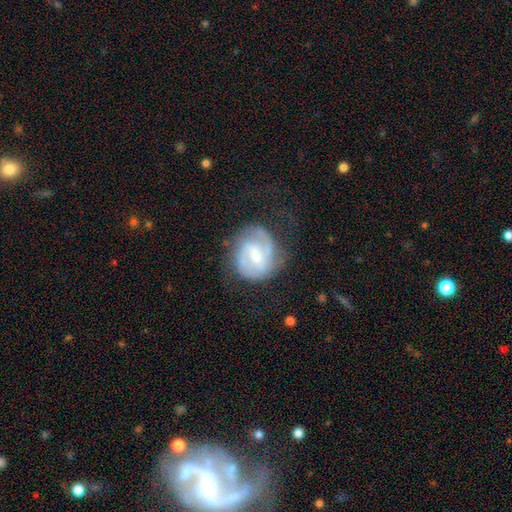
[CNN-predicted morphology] Q: Smooth or featured?
A: featured or disk (80%); runner-up: smooth (14%)
Q: Edge-on disk?
A: no (98%); runner-up: yes (2%)
Q: Bar?
A: weak (56%); runner-up: no (27%)
Q: Spiral arms?
A: yes (94%); runner-up: no (6%)
Q: Spiral winding?
A: medium (47%); runner-up: tight (35%)
Q: Spiral arm count?
A: 2 (65%); runner-up: can't tell (14%)
Q: Bulge size?
A: moderate (51%); runner-up: small (44%)
Q: Merging?
A: none (65%); runner-up: minor disturbance (21%)